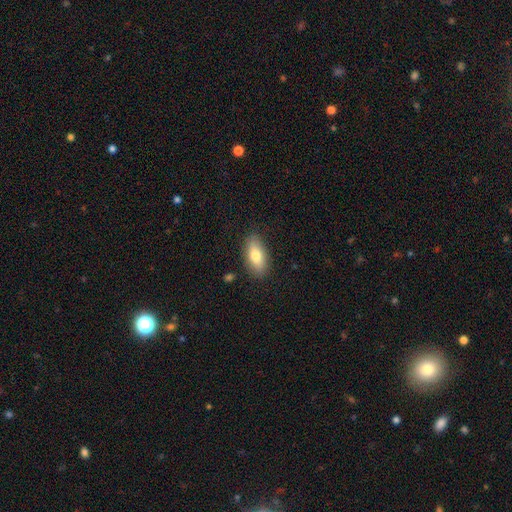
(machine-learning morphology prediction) Overall: smooth (77%). How rounded: in between (82%). Merging: none (85%).